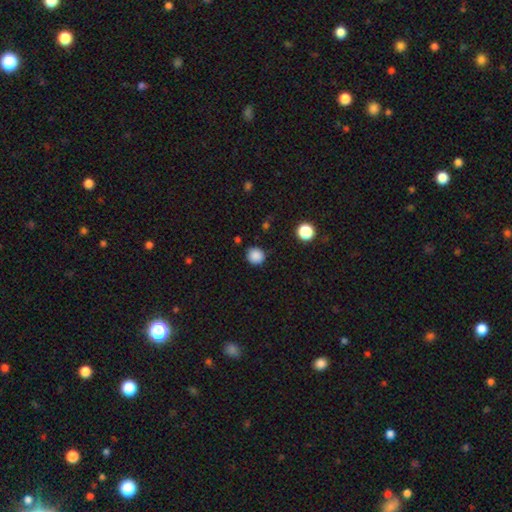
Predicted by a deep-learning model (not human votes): This appears to be a smooth galaxy with no disk features (87%) that is round (90%). Merging: none (88%).